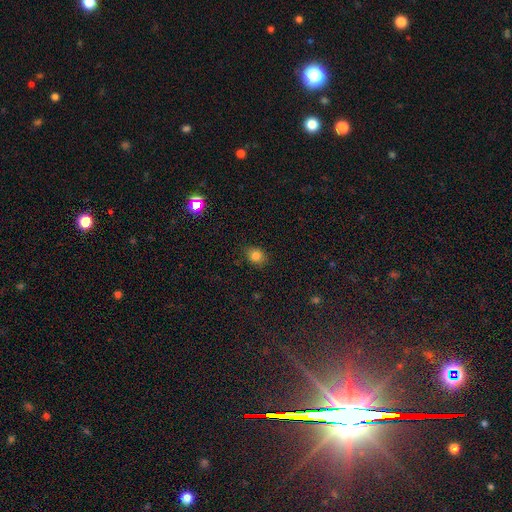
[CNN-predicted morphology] smooth-or-featured: smooth: 81% | star or artifact: 12% | featured or disk: 7%
  how-rounded: round: 59% | in between: 40% | cigar-shaped: 1%
  merging: none: 85% | minor disturbance: 11% | major disturbance: 3% | merger: 1%